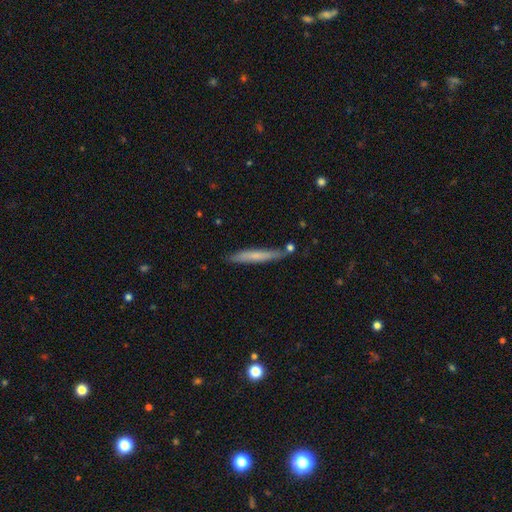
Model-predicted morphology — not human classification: Smooth or featured: smooth — 62% (featured or disk — 32%)
How rounded: cigar-shaped — 95% (in between — 4%)
Merging: none — 81% (minor disturbance — 13%)